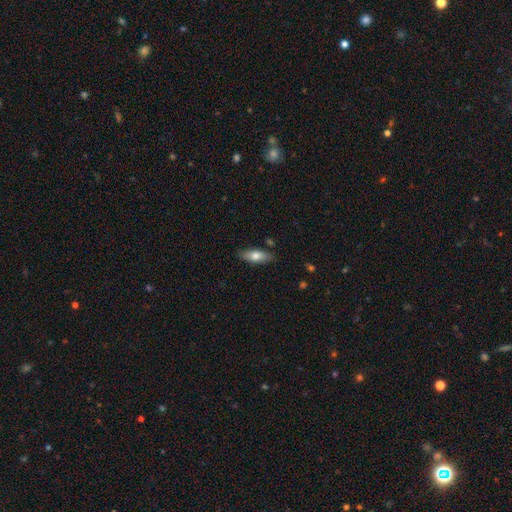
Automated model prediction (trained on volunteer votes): smooth 70%, featured or disk 23%, star or artifact 7%. Down the decision tree: how rounded — in between (62%); merging — none (83%).